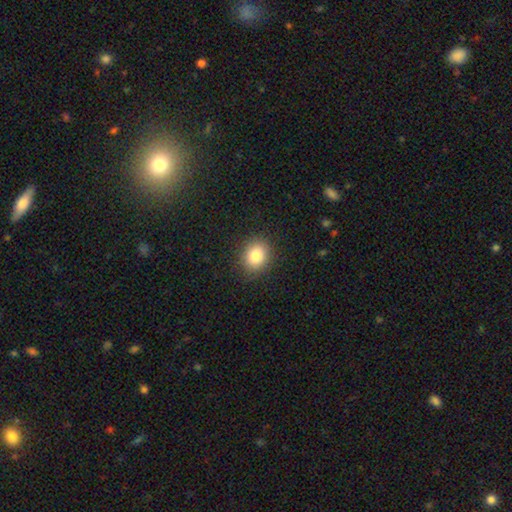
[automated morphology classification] This appears to be a smooth galaxy with no disk features (83%) that is round (61%). Merging: none (87%).